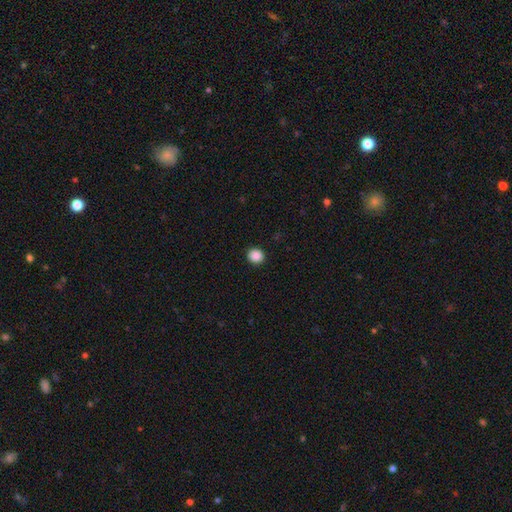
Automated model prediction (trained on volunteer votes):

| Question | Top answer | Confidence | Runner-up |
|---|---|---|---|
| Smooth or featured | smooth | 89% | star or artifact (9%) |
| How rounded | round | 84% | in between (15%) |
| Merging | none | 92% | minor disturbance (5%) |